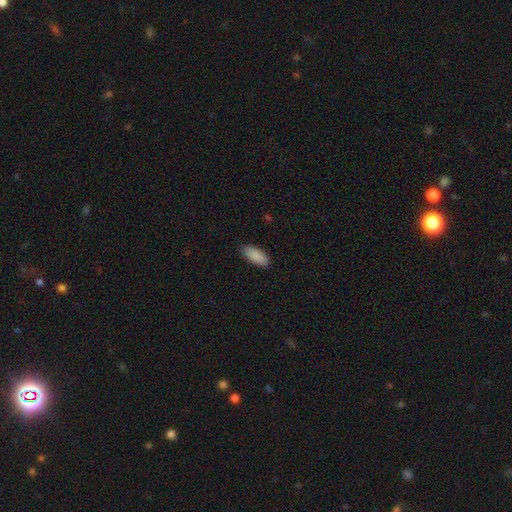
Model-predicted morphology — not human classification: smooth_or_featured: smooth (p=0.91) [alt: star or artifact p=0.06]
how_rounded: in between (p=0.84) [alt: cigar-shaped p=0.15]
merging: none (p=0.89) [alt: minor disturbance p=0.08]